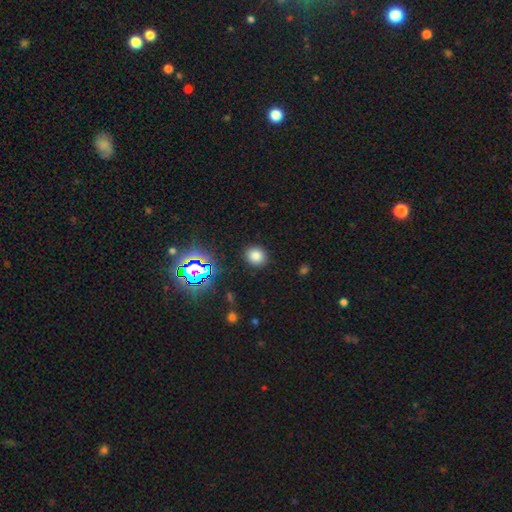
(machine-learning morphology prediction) Smooth or featured: smooth — 77% (star or artifact — 18%)
How rounded: round — 78% (in between — 21%)
Merging: none — 89% (minor disturbance — 7%)